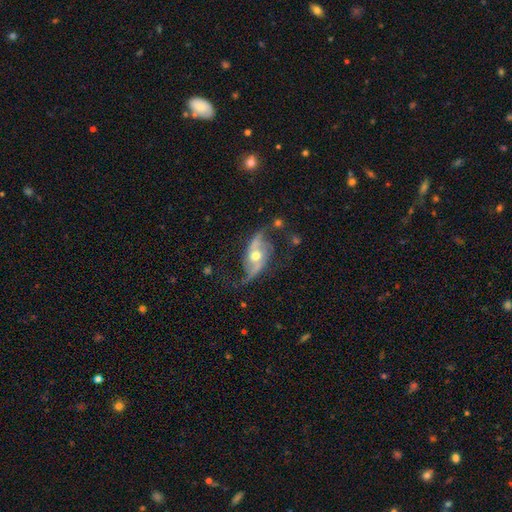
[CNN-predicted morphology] A featured or disk galaxy (85%) with no bar (47%), 2 (92%) loose (74%) spiral arms (94%) and a moderate central bulge (73%). Merging: none (63%).